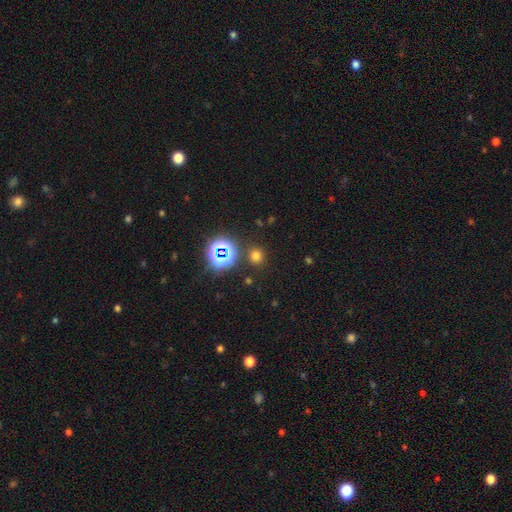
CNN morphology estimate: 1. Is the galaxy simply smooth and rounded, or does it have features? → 66% smooth, 28% star or artifact, 6% featured or disk.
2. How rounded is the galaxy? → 90% round, 9% in between, 1% cigar-shaped.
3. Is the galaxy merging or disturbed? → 86% none, 7% minor disturbance, 4% merger, 3% major disturbance.